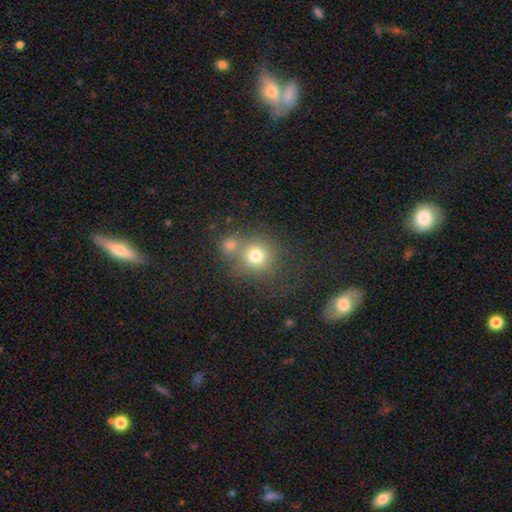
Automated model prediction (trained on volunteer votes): smooth_or_featured: smooth (p=0.75) [alt: star or artifact p=0.14]
how_rounded: round (p=0.88) [alt: in between p=0.11]
merging: none (p=0.50) [alt: merger p=0.36]